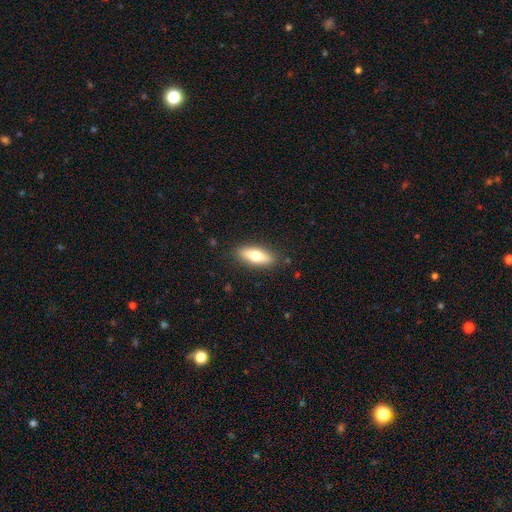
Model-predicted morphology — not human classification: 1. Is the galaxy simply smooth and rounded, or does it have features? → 66% smooth, 27% featured or disk, 7% star or artifact.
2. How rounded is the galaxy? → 65% in between, 32% cigar-shaped, 3% round.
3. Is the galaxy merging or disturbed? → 87% none, 10% minor disturbance, 2% major disturbance, 1% merger.